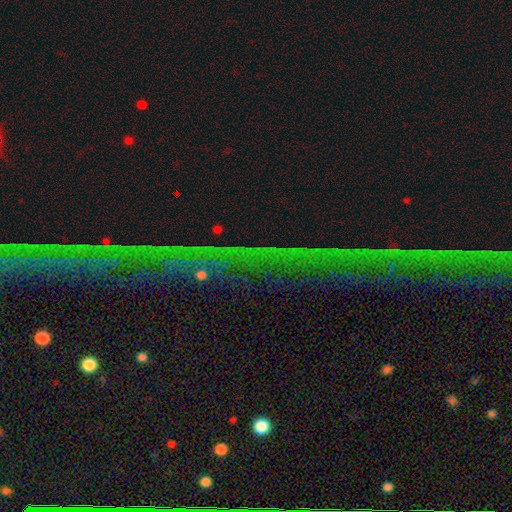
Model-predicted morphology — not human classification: type=star or artifact (76%).